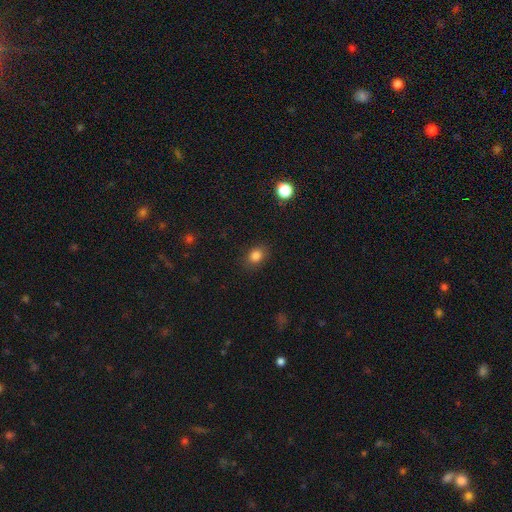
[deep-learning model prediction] The model was most divided on "how rounded": in between: 53%, round: 46%, cigar-shaped: 1%. More confident: merging — none (86%); smooth or featured — smooth (83%).